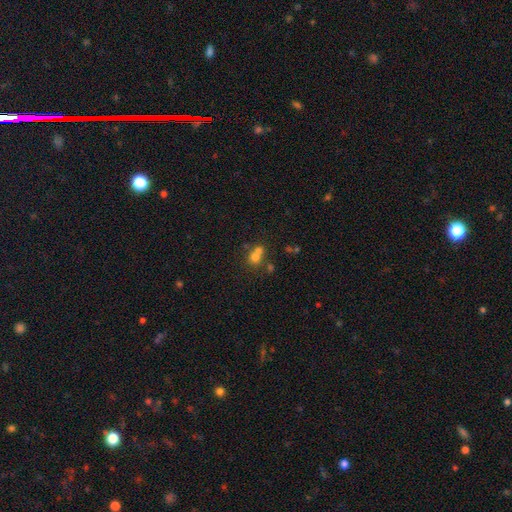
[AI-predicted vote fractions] Smooth or featured? Predicted: smooth (p=0.65). How rounded? Predicted: round (p=0.78). Merging? Predicted: merger (p=0.56).